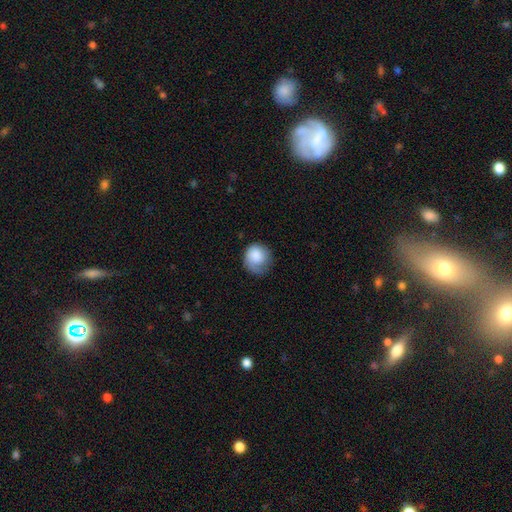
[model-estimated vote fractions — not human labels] Smooth or featured? Predicted: smooth (p=0.78). How rounded? Predicted: round (p=0.81). Merging? Predicted: none (p=0.53).